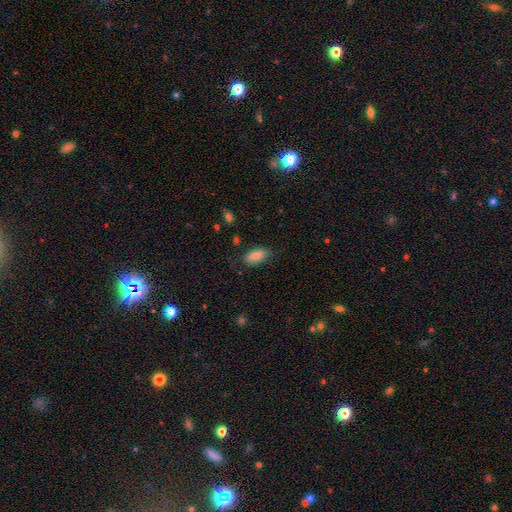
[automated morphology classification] Smooth or featured? smooth (83%)
How rounded? in between (91%)
Merging? none (76%)